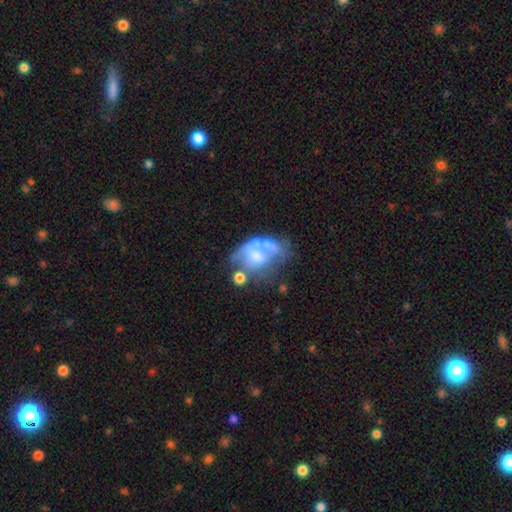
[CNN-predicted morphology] Smooth or featured? featured or disk (61%)
Edge-on disk? no (97%)
Bar? no (85%)
Spiral arms? no (78%)
Bulge size? moderate (35%)
Merging? major disturbance (28%, tied with merger)